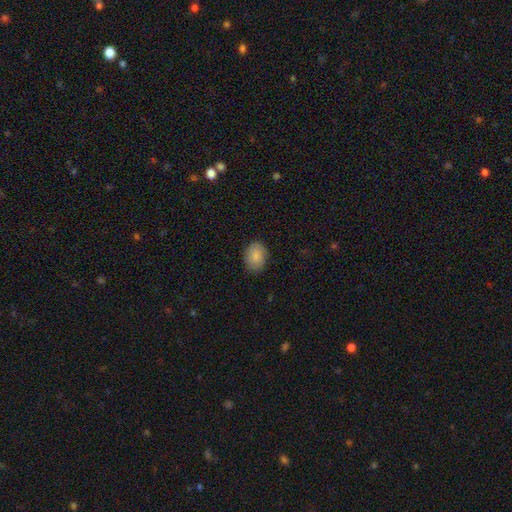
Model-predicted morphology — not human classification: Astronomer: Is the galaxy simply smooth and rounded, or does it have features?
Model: smooth — 86%.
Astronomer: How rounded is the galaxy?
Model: in between — 67%.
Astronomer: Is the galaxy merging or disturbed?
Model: none — 86%.